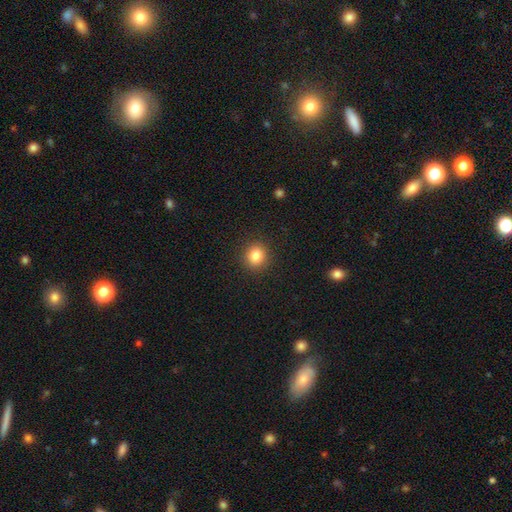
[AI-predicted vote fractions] Smooth or featured? Predicted: smooth (p=0.83). How rounded? Predicted: round (p=0.87). Merging? Predicted: none (p=0.91).